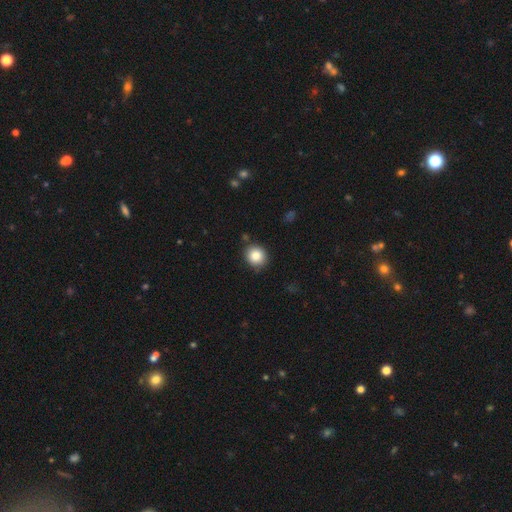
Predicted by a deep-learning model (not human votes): Q: Smooth or featured?
A: smooth (84%); runner-up: star or artifact (10%)
Q: How rounded?
A: round (83%); runner-up: in between (16%)
Q: Merging?
A: none (85%); runner-up: minor disturbance (10%)